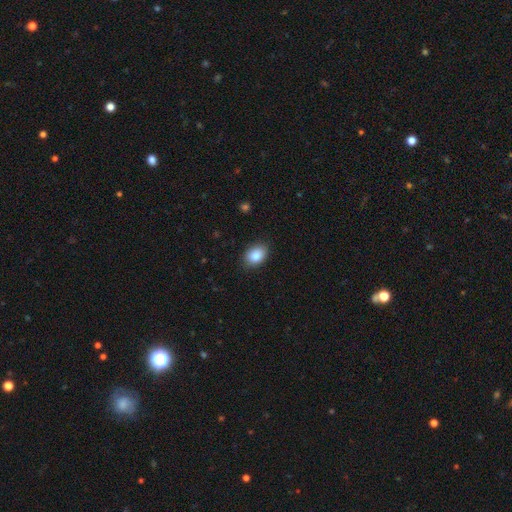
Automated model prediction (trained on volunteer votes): Smooth or featured: smooth — 86% (star or artifact — 8%)
How rounded: in between — 80% (round — 18%)
Merging: none — 87% (minor disturbance — 10%)